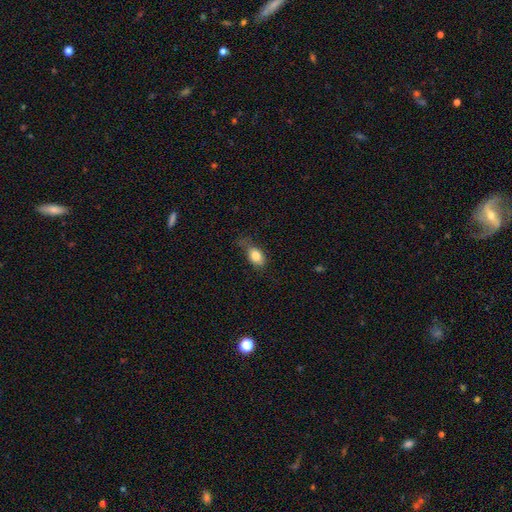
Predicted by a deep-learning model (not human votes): A smooth galaxy with no disk features (83%) that is in between round and cigar-shaped (85%). Merging: none (52%).